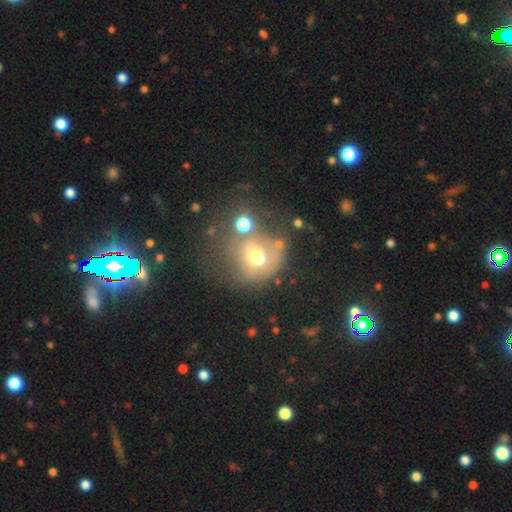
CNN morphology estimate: A smooth galaxy with no disk features (53%) that is round (67%). Merging: none (34%).